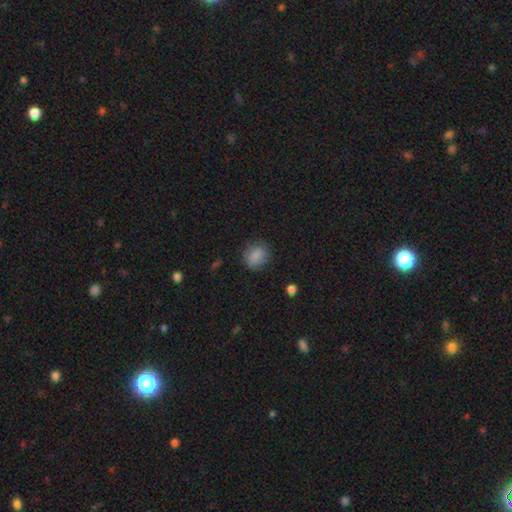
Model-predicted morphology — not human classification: smooth_or_featured: smooth (p=0.85) [alt: star or artifact p=0.09]
how_rounded: round (p=0.54) [alt: in between p=0.45]
merging: none (p=0.78) [alt: minor disturbance p=0.16]